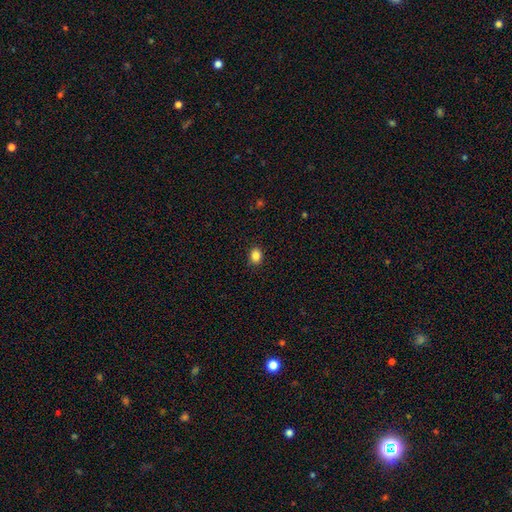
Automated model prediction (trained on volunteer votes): A smooth galaxy with no disk features (86%) that is in between round and cigar-shaped (60%).

Vote fractions:
- Smooth or featured? smooth: 86% / star or artifact: 10% / featured or disk: 4%
- How rounded? in between: 60% / round: 39% / cigar-shaped: 1%
- Merging? none: 89% / minor disturbance: 8% / major disturbance: 2% / merger: 1%